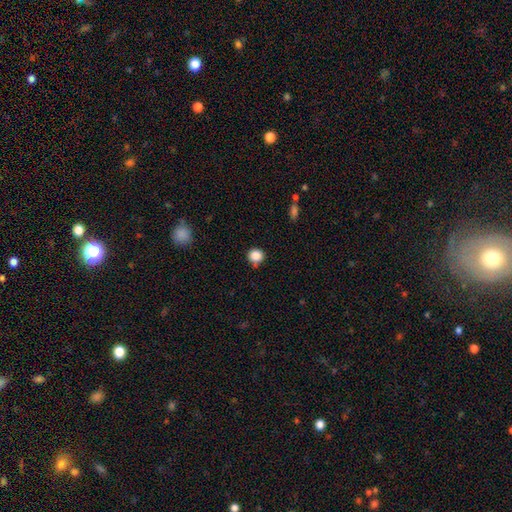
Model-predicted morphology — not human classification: Smooth or featured: smooth — 86% (star or artifact — 10%)
How rounded: round — 89% (in between — 10%)
Merging: none — 78% (minor disturbance — 14%)